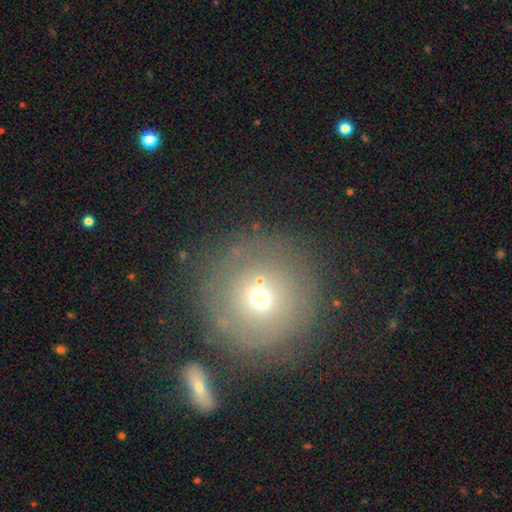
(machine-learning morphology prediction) smooth 46%, featured or disk 37%, star or artifact 17%. Down the decision tree: merging — none (77%).